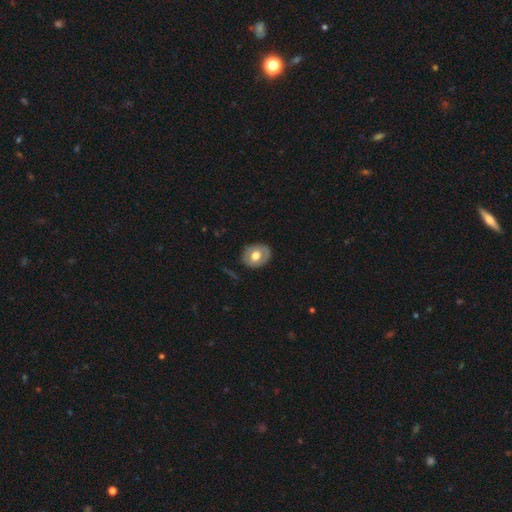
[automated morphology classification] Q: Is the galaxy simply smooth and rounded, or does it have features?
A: smooth — 54%.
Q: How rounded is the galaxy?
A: round — 51%.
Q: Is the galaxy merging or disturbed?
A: none — 82%.